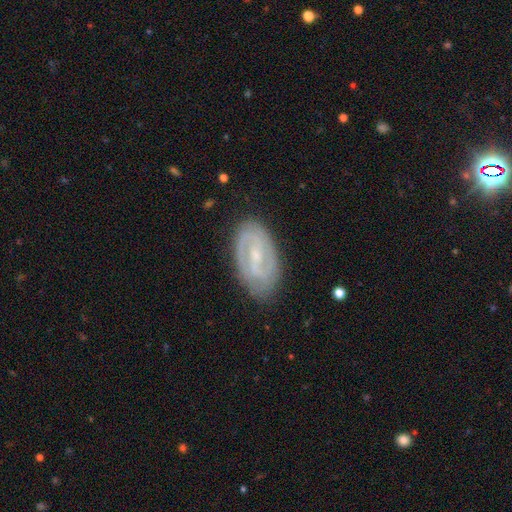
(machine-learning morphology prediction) This appears to be a featured or disk galaxy (79%) with a weak bar (49%), 2 (73%) tight (52%) spiral arms (87%) and a small central bulge (65%). Merging: none (81%).